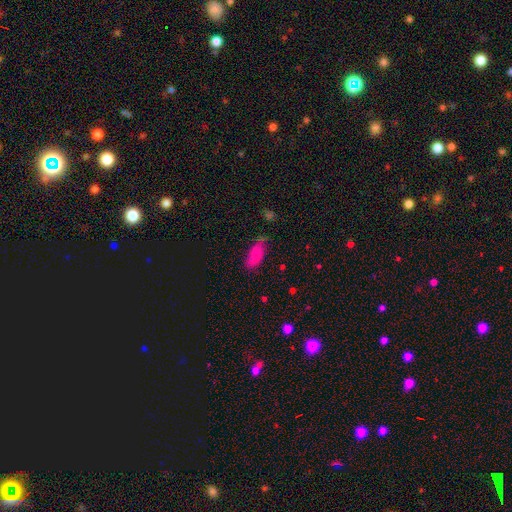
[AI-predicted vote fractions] This is likely a smooth galaxy (70%). How rounded: clearly in between (84%). Merging: likely none (60%).